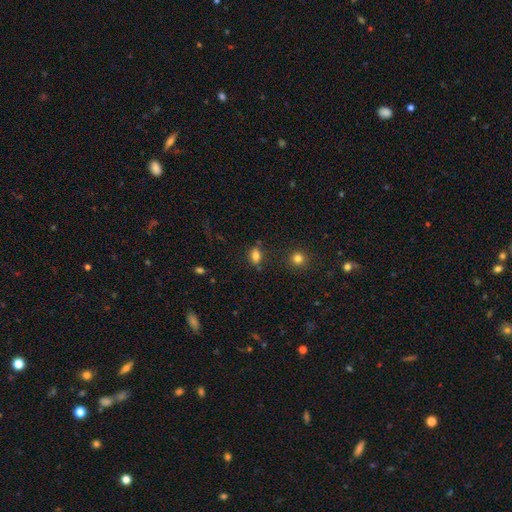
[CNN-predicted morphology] Smooth or featured? smooth (80%)
How rounded? in between (81%)
Merging? none (76%)